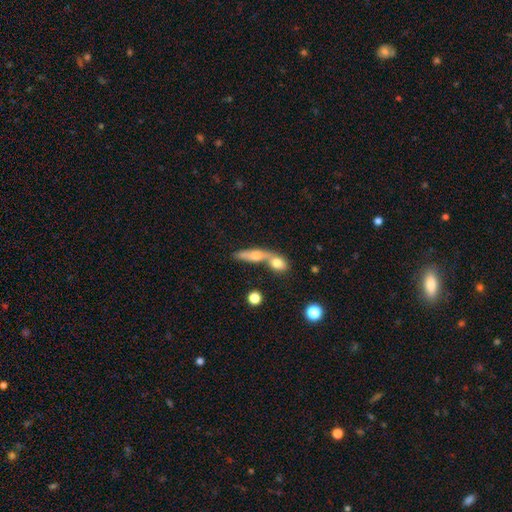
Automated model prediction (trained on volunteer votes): smooth-or-featured: smooth: 52% | featured or disk: 36% | star or artifact: 11%
  how-rounded: cigar-shaped: 48% | in between: 37% | round: 15%
  merging: merger: 57% | none: 29% | minor disturbance: 8% | major disturbance: 6%